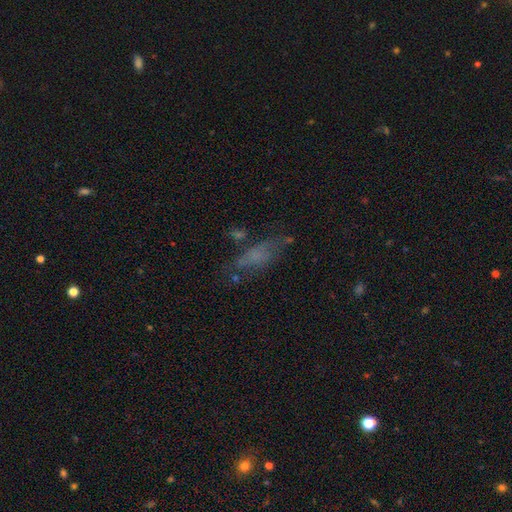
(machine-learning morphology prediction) This appears to be a smooth galaxy with no disk features (52%) that is in between round and cigar-shaped (57%). Merging: none (53%).